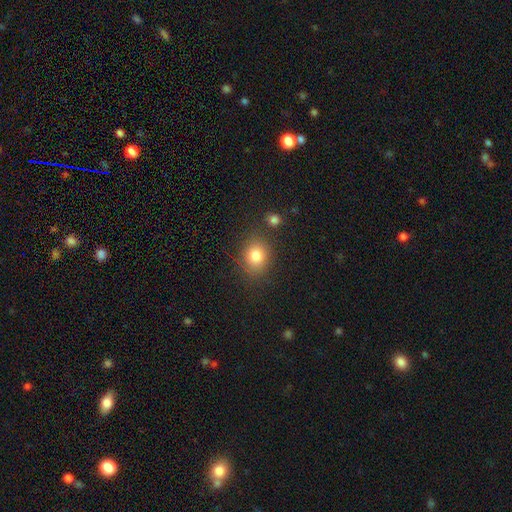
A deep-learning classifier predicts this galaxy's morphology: smooth 81%, star or artifact 11%, featured or disk 8%. Down the decision tree: how rounded — round (59%); merging — none (79%).